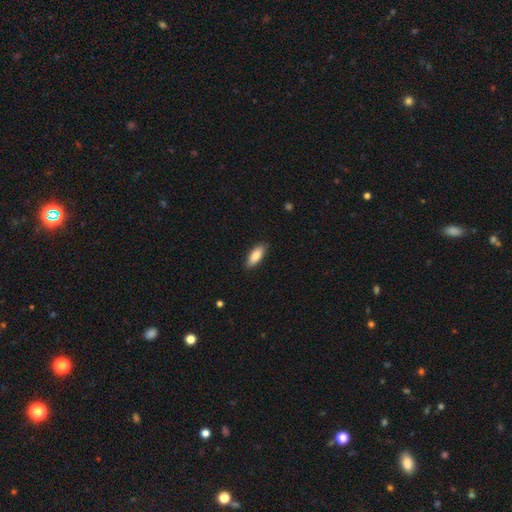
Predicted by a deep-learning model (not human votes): A smooth galaxy with no disk features (84%) that is in between round and cigar-shaped (76%). Merging: none (87%).